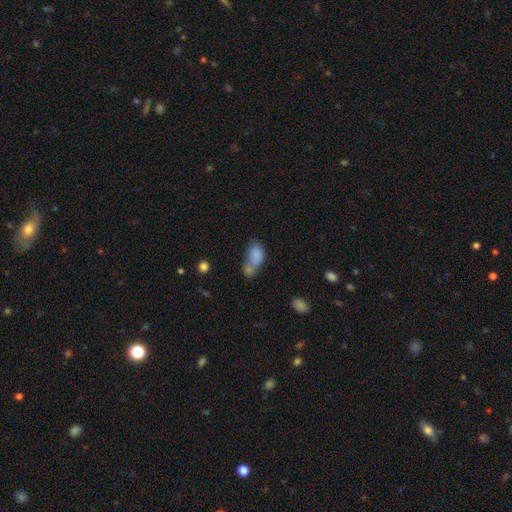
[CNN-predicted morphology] smooth_or_featured: smooth (p=0.76) [alt: featured or disk p=0.14]
how_rounded: in between (p=0.83) [alt: round p=0.14]
merging: merger (p=0.57) [alt: none p=0.21]